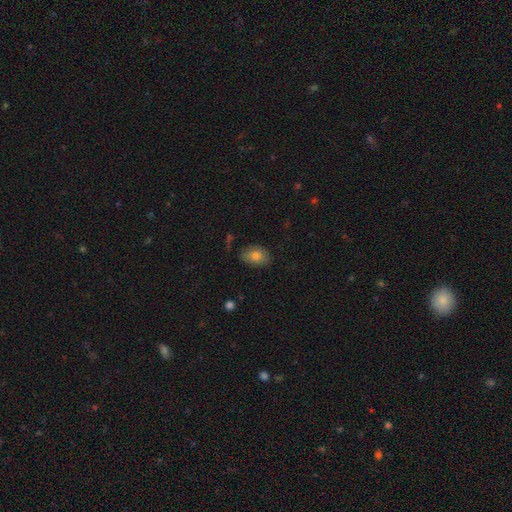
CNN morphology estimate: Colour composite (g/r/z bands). It shows a smooth galaxy with no disk features (79%) that is in between round and cigar-shaped (84%). Merging: none (74%).